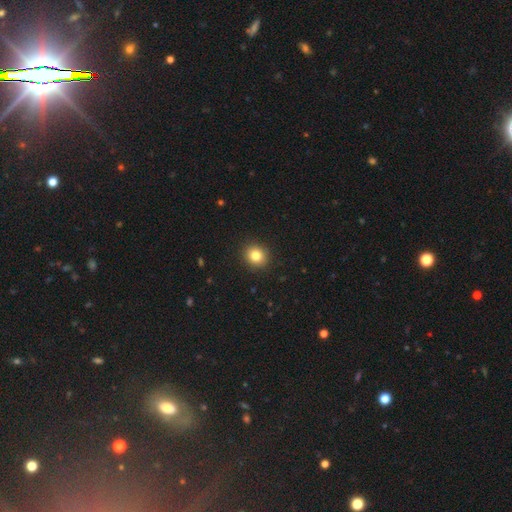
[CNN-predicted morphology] Overall: smooth (83%). How rounded: round (80%). Merging: none (91%).